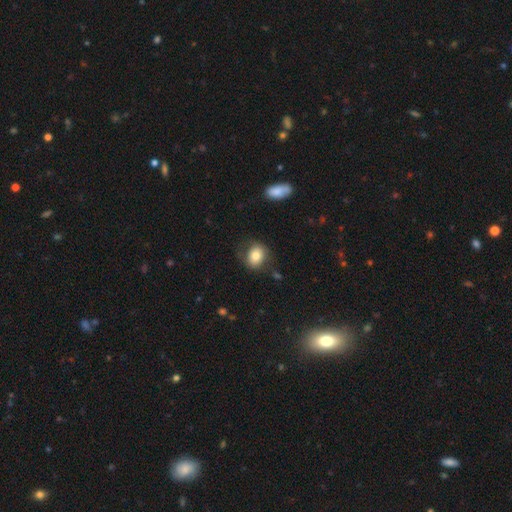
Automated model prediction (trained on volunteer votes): Q: Smooth or featured?
A: smooth (78%); runner-up: featured or disk (13%)
Q: How rounded?
A: round (55%); runner-up: in between (44%)
Q: Merging?
A: none (73%); runner-up: minor disturbance (18%)